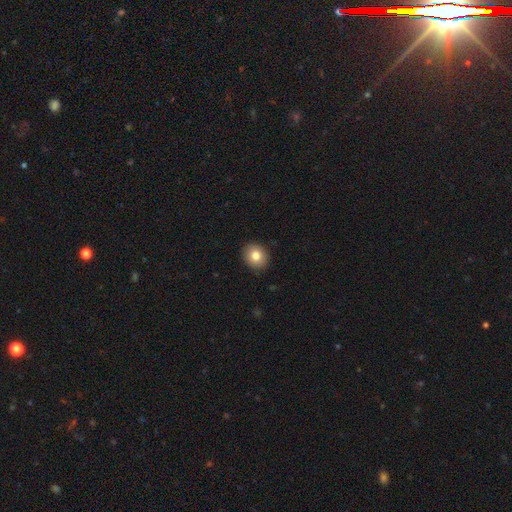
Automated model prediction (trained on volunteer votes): Smooth or featured? Predicted: smooth (p=0.81). How rounded? Predicted: round (p=0.72). Merging? Predicted: none (p=0.91).